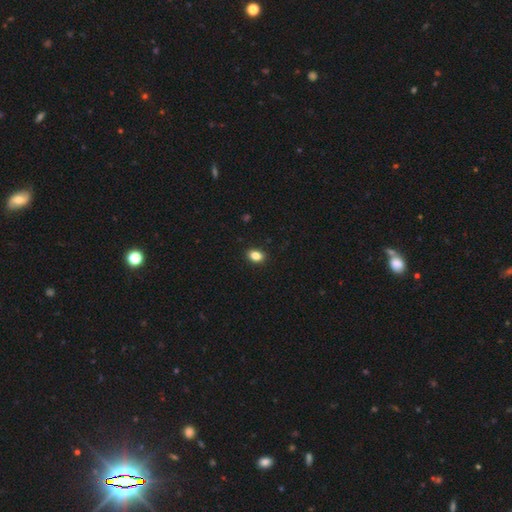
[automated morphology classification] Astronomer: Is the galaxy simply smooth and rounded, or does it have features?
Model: smooth — 85%.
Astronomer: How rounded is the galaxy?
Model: in between — 70%.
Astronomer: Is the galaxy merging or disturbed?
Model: none — 90%.